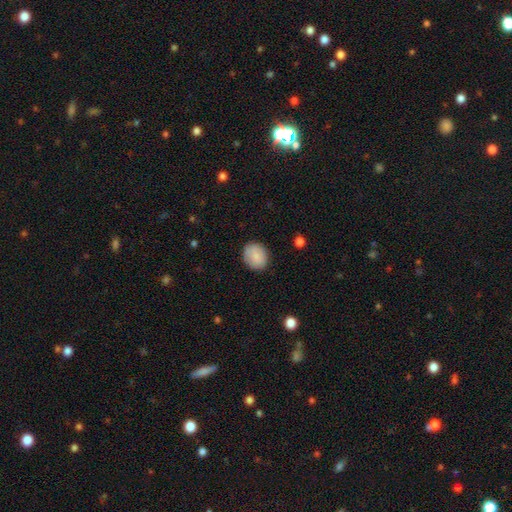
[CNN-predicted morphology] Smooth or featured?
  - smooth: 84% *
  - featured or disk: 9%
  - star or artifact: 7%
How rounded?
  - round: 58% *
  - in between: 41%
  - cigar-shaped: 1%
Merging?
  - none: 84% *
  - minor disturbance: 12%
  - major disturbance: 3%
  - merger: 1%